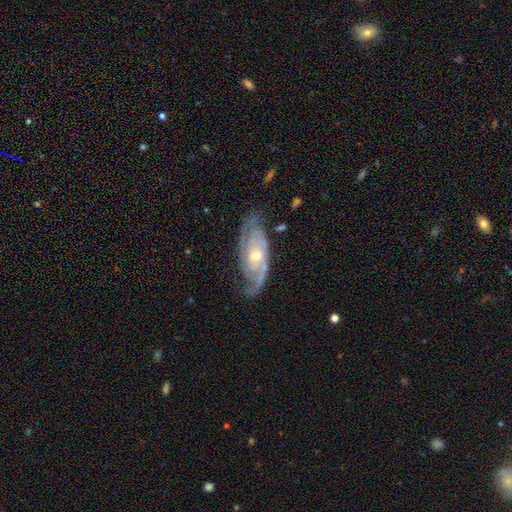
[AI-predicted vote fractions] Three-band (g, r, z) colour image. It shows a featured or disk galaxy (88%) with no bar (63%), 2 (62%) tight (49%) spiral arms (97%) and a moderate central bulge (52%). Merging: none (74%).